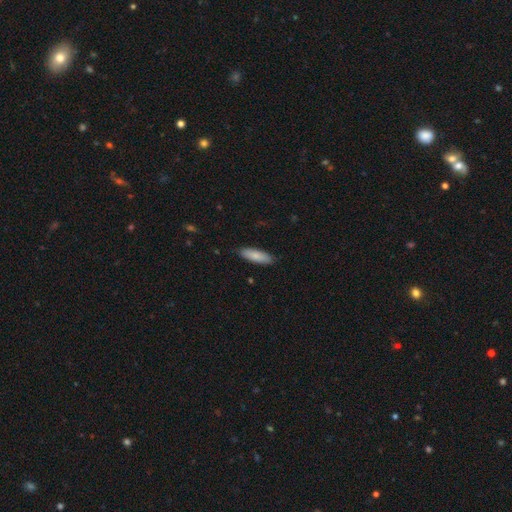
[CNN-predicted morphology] Smooth or featured?
  - smooth: 84% *
  - featured or disk: 11%
  - star or artifact: 5%
How rounded?
  - in between: 50% *
  - cigar-shaped: 49%
  - round: 2%
Merging?
  - none: 87% *
  - minor disturbance: 10%
  - major disturbance: 2%
  - merger: 1%